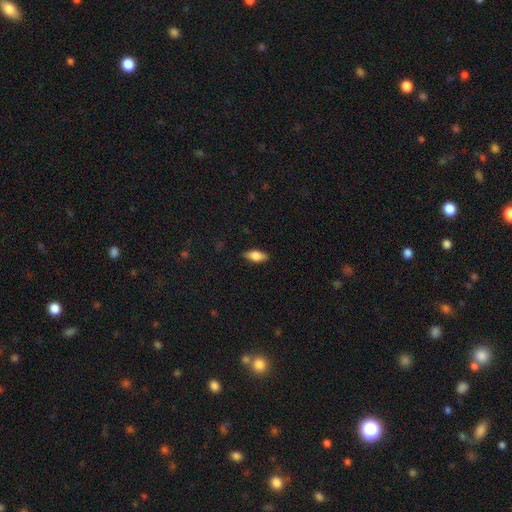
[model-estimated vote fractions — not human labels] This is likely a smooth galaxy (76%). How rounded: clearly in between (83%). Merging: clearly none (86%).